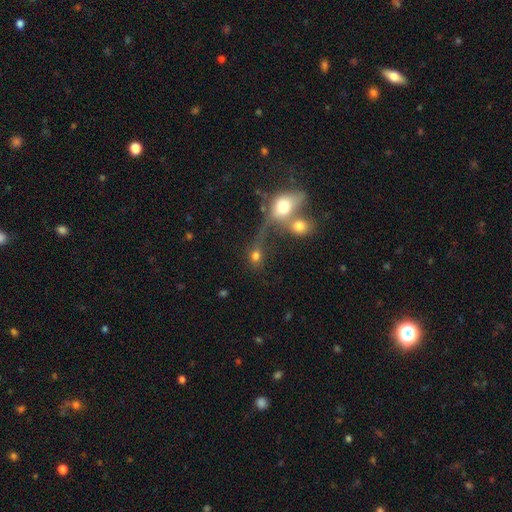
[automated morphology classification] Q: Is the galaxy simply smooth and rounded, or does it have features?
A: smooth — 70%.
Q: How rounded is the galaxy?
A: round — 55%.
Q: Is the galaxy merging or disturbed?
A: merger — 55%.